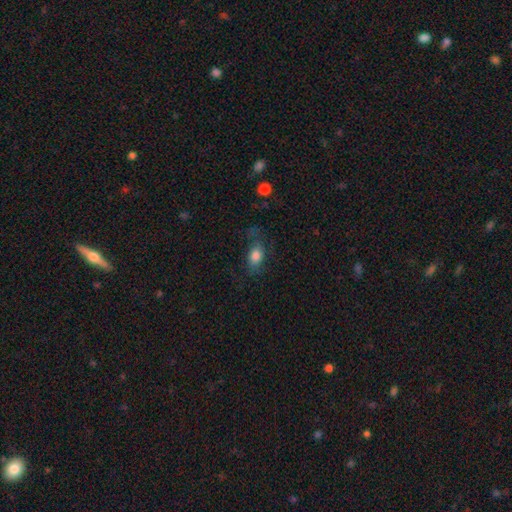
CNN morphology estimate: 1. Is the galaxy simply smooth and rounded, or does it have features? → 75% smooth, 16% featured or disk, 9% star or artifact.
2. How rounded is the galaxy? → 79% in between, 18% round, 3% cigar-shaped.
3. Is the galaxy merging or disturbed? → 55% none, 22% minor disturbance, 20% major disturbance, 2% merger.